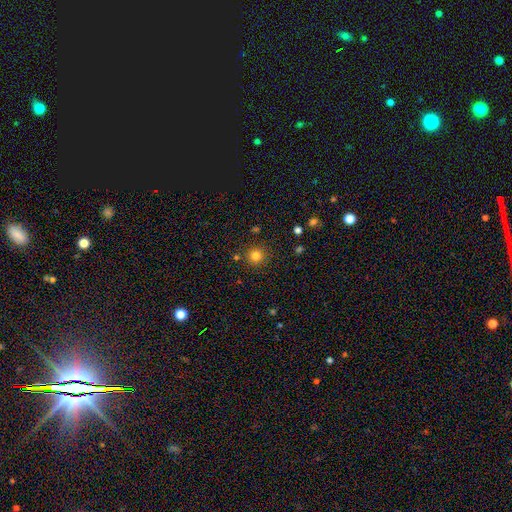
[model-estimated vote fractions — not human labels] This appears to be a smooth galaxy with no disk features (81%) that is round (94%). Merging: none (86%).